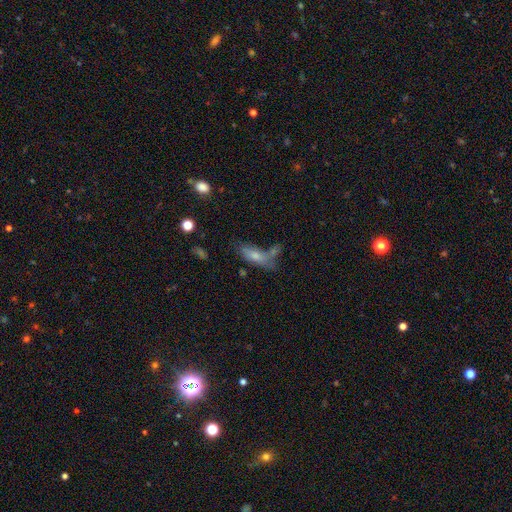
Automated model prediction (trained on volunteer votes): This appears to be a smooth galaxy with no disk features (70%) that is in between round and cigar-shaped (61%). Merging: none (45%).